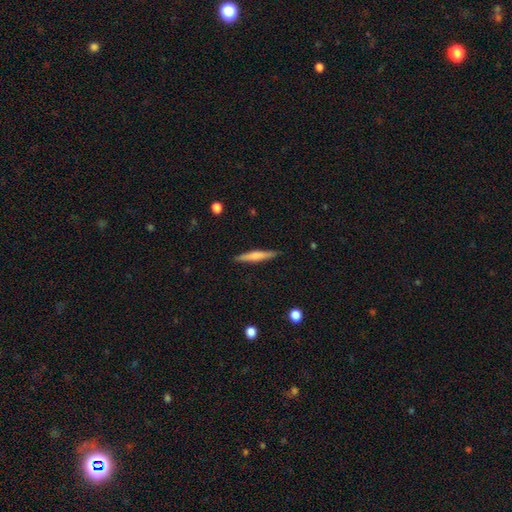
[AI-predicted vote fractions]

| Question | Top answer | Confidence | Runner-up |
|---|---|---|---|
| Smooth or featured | smooth | 53% | featured or disk (41%) |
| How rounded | cigar-shaped | 93% | in between (6%) |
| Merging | none | 90% | minor disturbance (8%) |